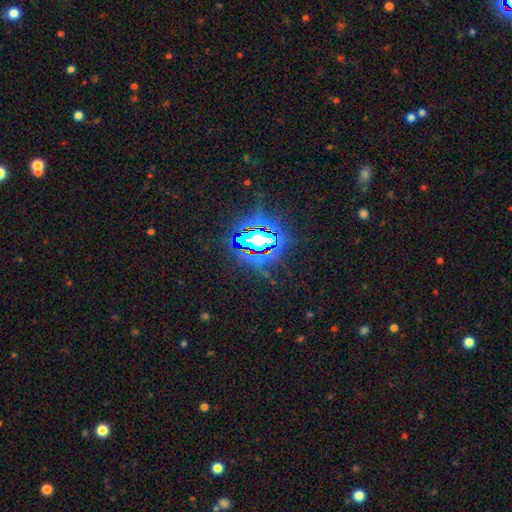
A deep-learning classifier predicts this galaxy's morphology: type=star or artifact (81%).